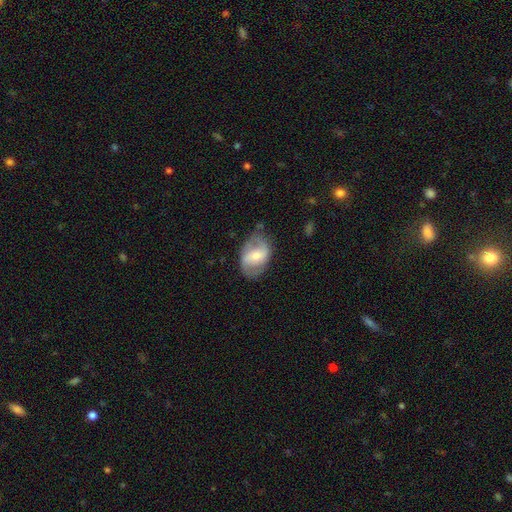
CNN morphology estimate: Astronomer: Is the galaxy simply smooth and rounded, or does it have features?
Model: featured or disk — 69%.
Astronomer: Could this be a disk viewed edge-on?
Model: no — 97%.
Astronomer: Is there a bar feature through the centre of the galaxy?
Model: weak — 45% (runner-up: no, 30%).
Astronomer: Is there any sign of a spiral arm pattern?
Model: yes — 85%.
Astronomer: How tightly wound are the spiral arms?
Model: medium — 46% (runner-up: loose, 35%).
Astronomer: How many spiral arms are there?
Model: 2 — 86%.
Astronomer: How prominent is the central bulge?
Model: moderate — 52% (runner-up: small, 39%).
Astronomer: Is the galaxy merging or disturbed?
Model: none — 69%.